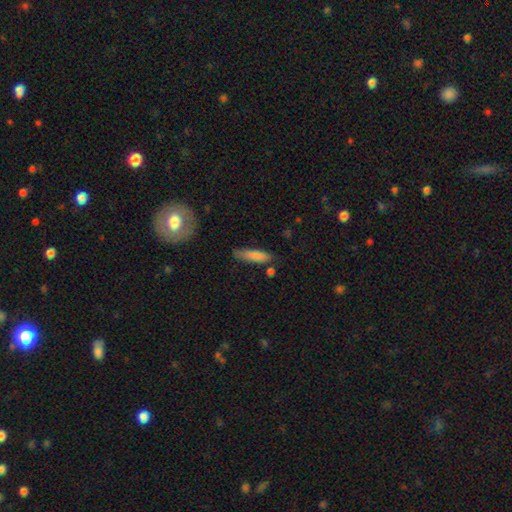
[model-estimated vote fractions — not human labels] Smooth or featured: smooth — 81% (featured or disk — 12%)
How rounded: cigar-shaped — 72% (in between — 26%)
Merging: none — 67% (minor disturbance — 22%)